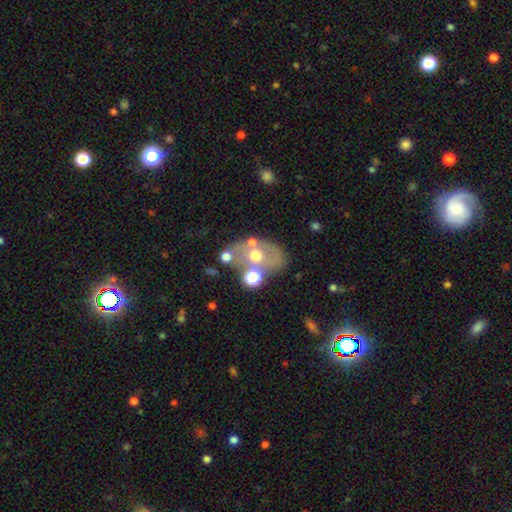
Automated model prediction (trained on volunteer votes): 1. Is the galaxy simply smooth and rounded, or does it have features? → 43% smooth (tied), 43% featured or disk (tied), 13% star or artifact.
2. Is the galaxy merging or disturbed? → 57% none, 19% merger, 15% minor disturbance, 9% major disturbance.